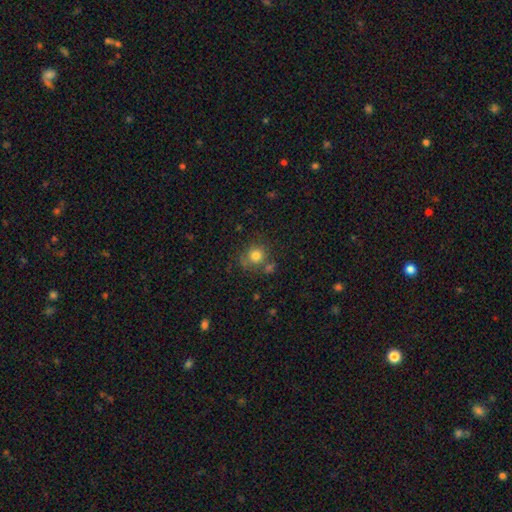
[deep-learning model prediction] Smooth or featured: smooth — 79% (star or artifact — 12%)
How rounded: round — 87% (in between — 12%)
Merging: none — 67% (minor disturbance — 15%)